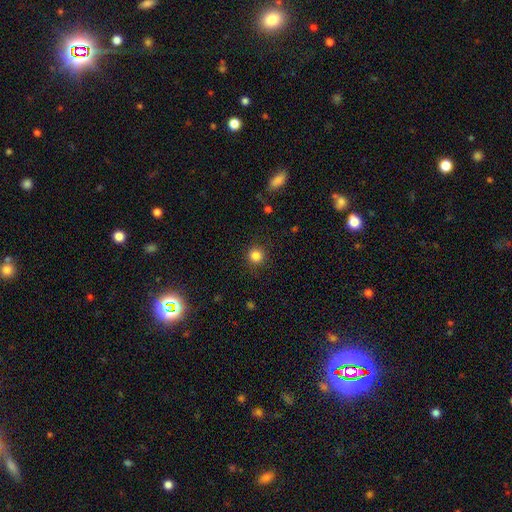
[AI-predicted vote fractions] This appears to be a smooth galaxy with no disk features (84%) that is round (94%). Merging: none (89%).